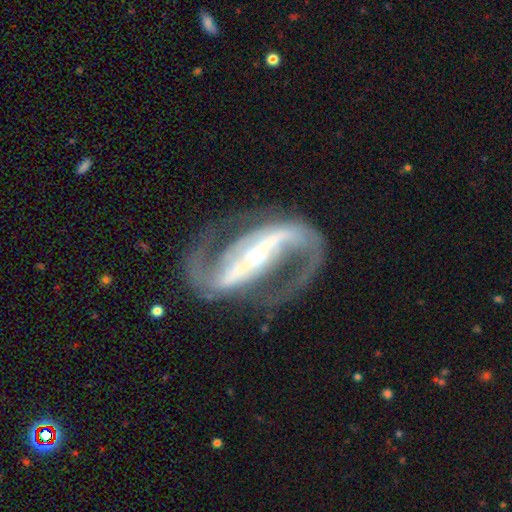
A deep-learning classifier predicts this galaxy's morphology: This appears to be a featured or disk galaxy (93%) with a strong bar (80%), 2 (94%) medium (54%) spiral arms (97%) and a small central bulge (69%). Merging: none (79%).